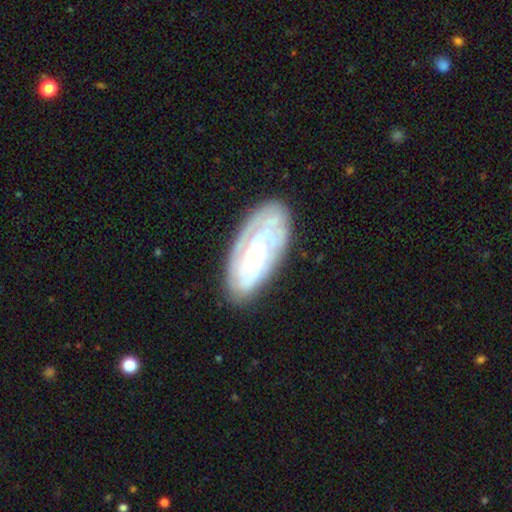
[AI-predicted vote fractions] A featured or disk galaxy (71%) with no bar (63%), tight (70%) spiral arms (87%) and a small central bulge (72%). Merging: none (74%).